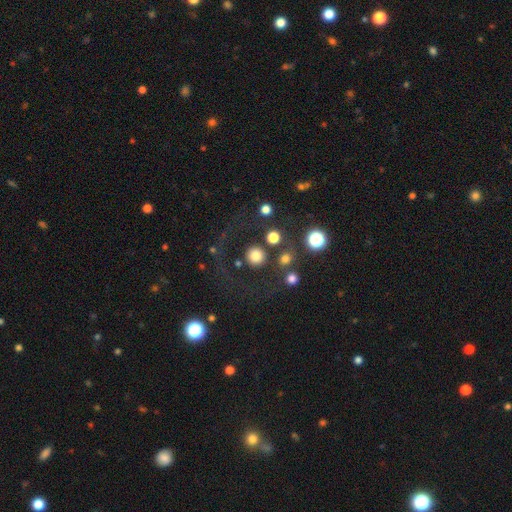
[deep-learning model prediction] Smooth or featured?
  - smooth: 79% *
  - star or artifact: 13%
  - featured or disk: 8%
How rounded?
  - round: 95% *
  - in between: 4%
  - cigar-shaped: 1%
Merging?
  - none: 80% *
  - merger: 8%
  - minor disturbance: 7%
  - major disturbance: 5%